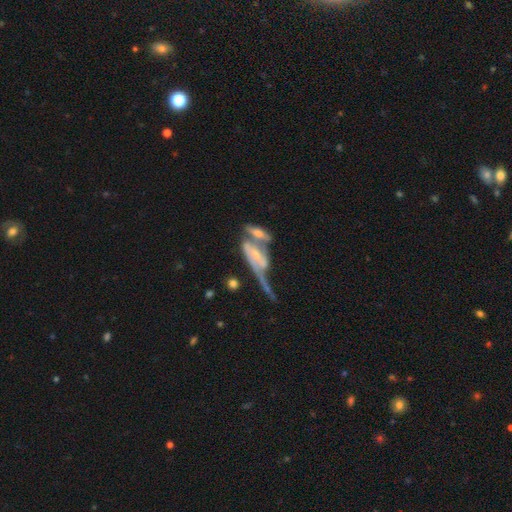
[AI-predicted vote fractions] featured or disk 69%, smooth 23%, star or artifact 8%. Down the decision tree: edge-on disk — no (79%); bar — no (56%); spiral arms — yes (61%); bulge size — small (55%); merging — merger (59%).